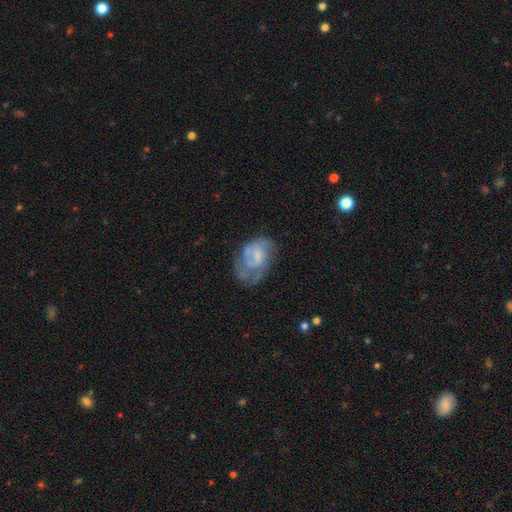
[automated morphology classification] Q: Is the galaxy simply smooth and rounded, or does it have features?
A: featured or disk — 64%.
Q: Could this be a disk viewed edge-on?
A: no — 97%.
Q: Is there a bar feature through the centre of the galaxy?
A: no — 51%.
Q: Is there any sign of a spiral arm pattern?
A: yes — 73%.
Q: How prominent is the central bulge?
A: small — 45%.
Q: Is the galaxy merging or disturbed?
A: none — 40%.